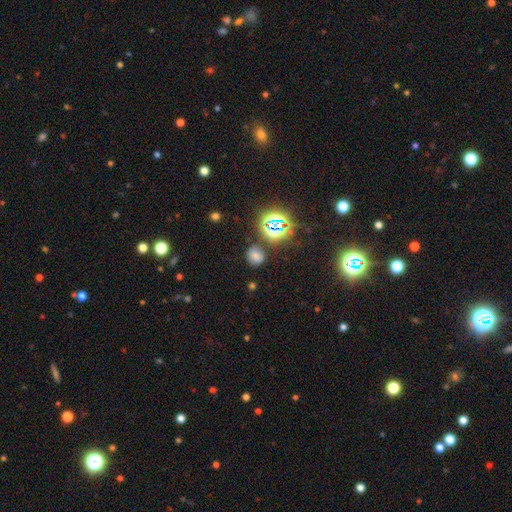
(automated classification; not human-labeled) smooth_or_featured: smooth (p=0.61) [alt: star or artifact p=0.30]
how_rounded: round (p=0.67) [alt: in between p=0.32]
merging: none (p=0.80) [alt: minor disturbance p=0.12]